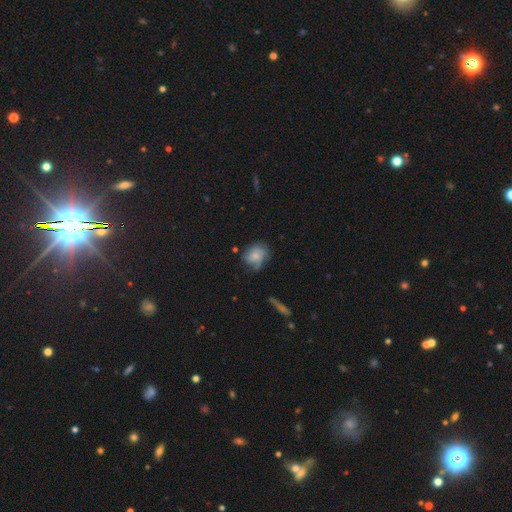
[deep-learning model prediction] This is possibly a smooth galaxy (56%). How rounded: possibly round (58%). Merging: possibly none (54%).